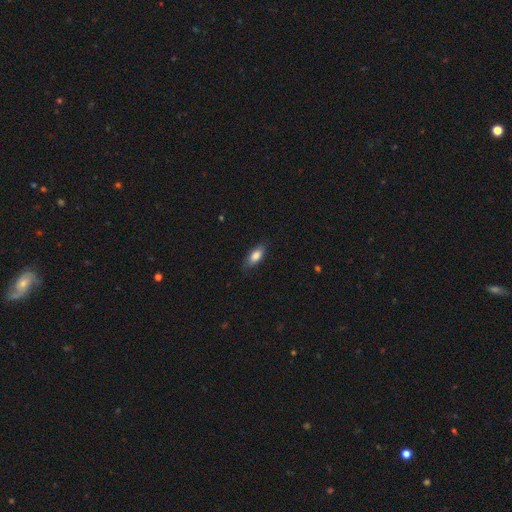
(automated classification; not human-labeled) smooth 81%, featured or disk 12%, star or artifact 7%. Down the decision tree: how rounded — in between (81%); merging — none (78%).